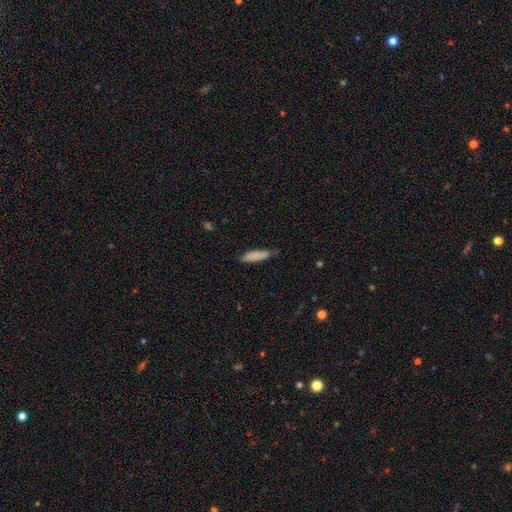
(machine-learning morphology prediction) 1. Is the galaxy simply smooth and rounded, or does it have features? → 84% smooth, 9% featured or disk, 7% star or artifact.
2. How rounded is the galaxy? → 64% cigar-shaped, 34% in between, 1% round.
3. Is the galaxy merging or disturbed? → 66% none, 27% minor disturbance, 4% major disturbance, 3% merger.